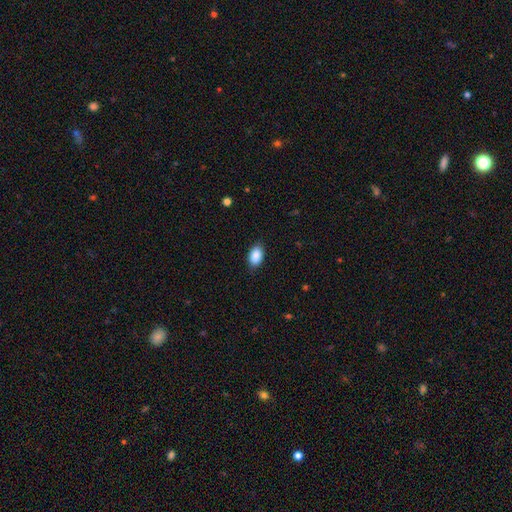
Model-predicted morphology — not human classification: Overall: smooth (89%). How rounded: in between (92%). Merging: none (85%).